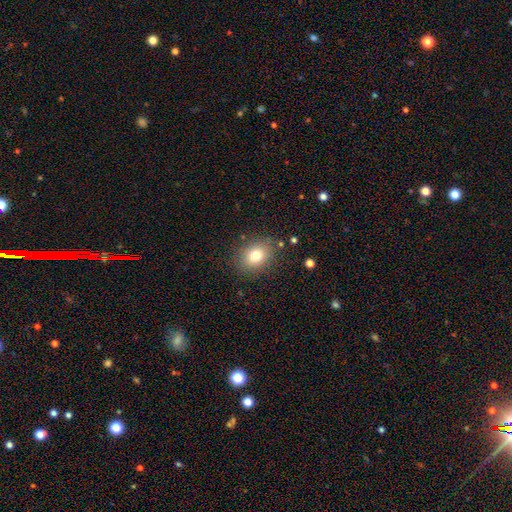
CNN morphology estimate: This is likely a smooth galaxy (78%). How rounded: possibly round (50%). Merging: clearly none (84%).